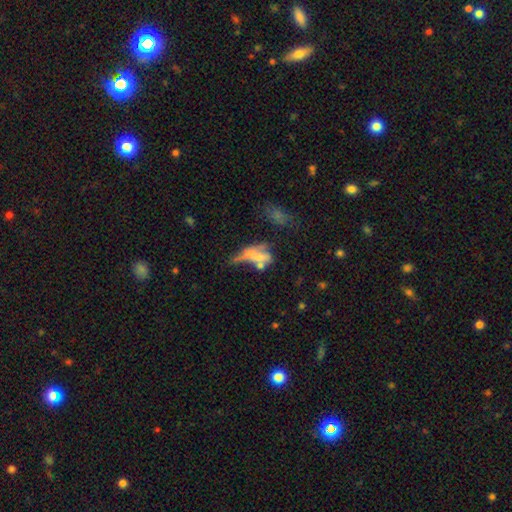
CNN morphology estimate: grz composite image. It shows a featured or disk galaxy (45%). Merging: merger (38%).